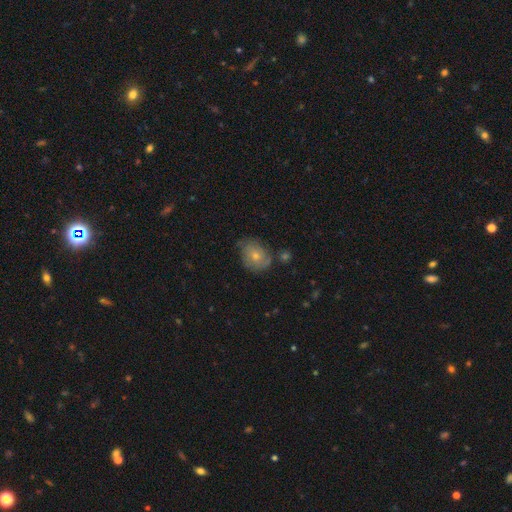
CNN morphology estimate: smooth 57%, featured or disk 35%, star or artifact 8%. Down the decision tree: how rounded — in between (50%); merging — none (58%).